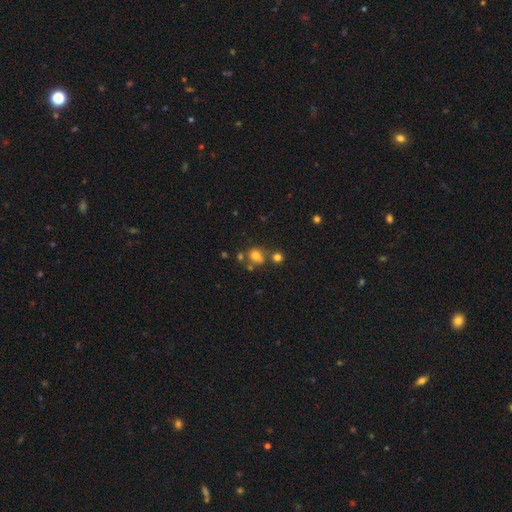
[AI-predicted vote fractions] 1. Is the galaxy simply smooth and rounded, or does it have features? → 70% smooth, 16% star or artifact, 14% featured or disk.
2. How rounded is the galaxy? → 64% round, 35% in between, 1% cigar-shaped.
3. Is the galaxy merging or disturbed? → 52% none, 26% merger, 15% minor disturbance, 7% major disturbance.